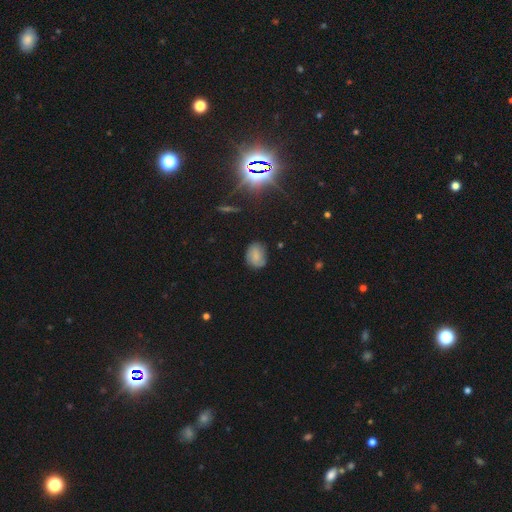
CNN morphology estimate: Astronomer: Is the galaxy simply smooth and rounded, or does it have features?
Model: smooth — 71%.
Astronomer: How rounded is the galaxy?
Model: in between — 61% (runner-up: round, 38%).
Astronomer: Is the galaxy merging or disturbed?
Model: none — 72%.